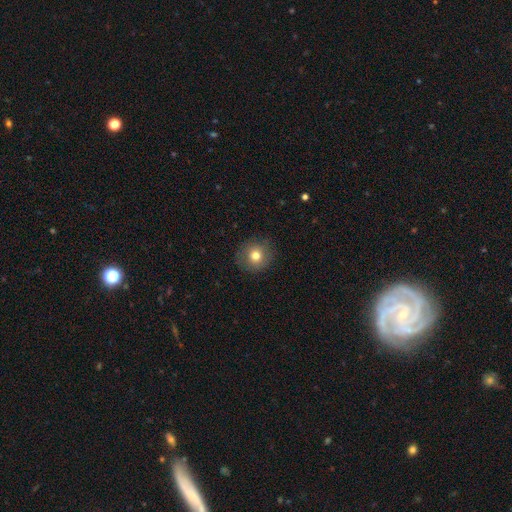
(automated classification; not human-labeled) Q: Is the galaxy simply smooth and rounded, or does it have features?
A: smooth — 77%.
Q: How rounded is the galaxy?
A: round — 91%.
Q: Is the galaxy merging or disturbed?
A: none — 87%.